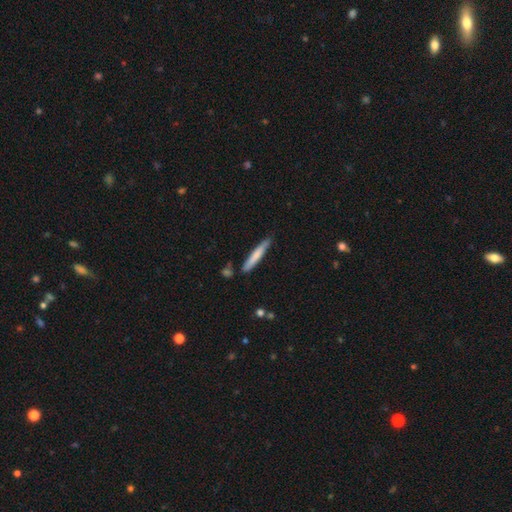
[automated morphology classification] Smooth or featured? smooth (72%)
How rounded? cigar-shaped (94%)
Merging? none (80%)